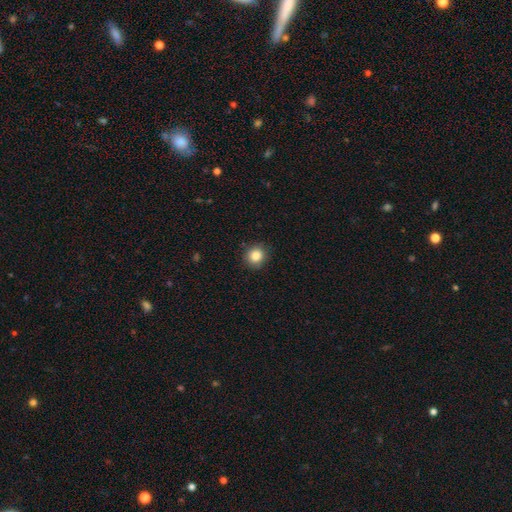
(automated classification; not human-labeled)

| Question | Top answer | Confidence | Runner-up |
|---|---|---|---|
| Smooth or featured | smooth | 85% | star or artifact (10%) |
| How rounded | round | 84% | in between (15%) |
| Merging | none | 88% | minor disturbance (9%) |